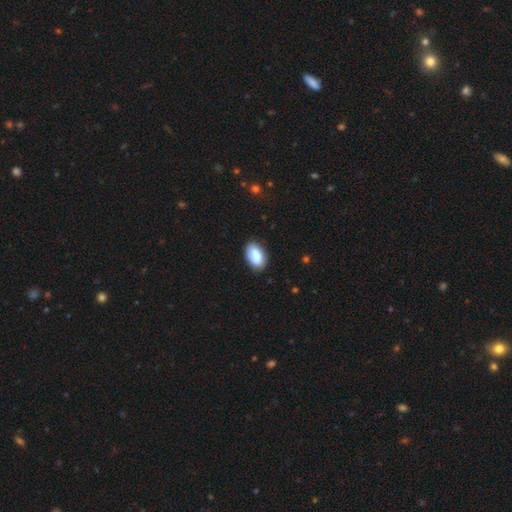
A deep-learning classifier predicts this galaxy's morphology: Smooth or featured: smooth — 85% (featured or disk — 9%)
How rounded: in between — 94% (round — 5%)
Merging: none — 81% (minor disturbance — 15%)